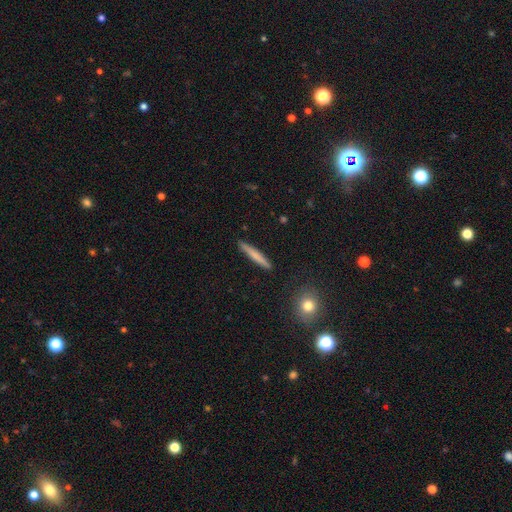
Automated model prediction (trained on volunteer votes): This is likely a smooth galaxy (66%). How rounded: clearly cigar-shaped (95%). Merging: clearly none (90%).